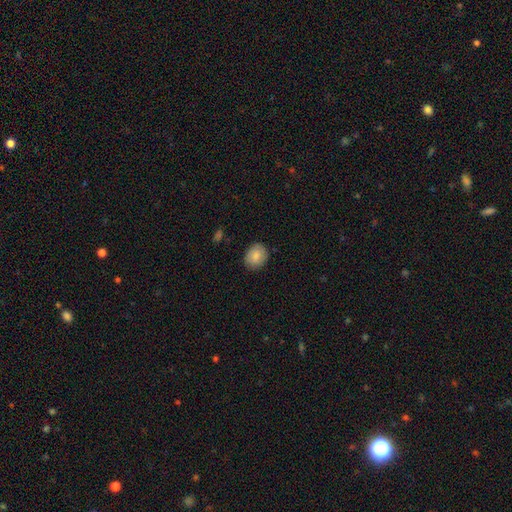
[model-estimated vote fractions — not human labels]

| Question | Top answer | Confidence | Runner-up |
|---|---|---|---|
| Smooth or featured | smooth | 85% | featured or disk (8%) |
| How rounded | round | 52% | in between (47%) |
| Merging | none | 85% | minor disturbance (11%) |